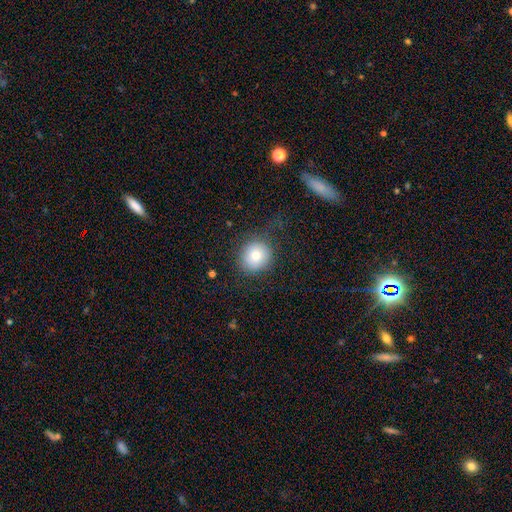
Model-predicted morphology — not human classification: This appears to be a smooth galaxy with no disk features (78%) that is round (89%). Merging: none (77%).